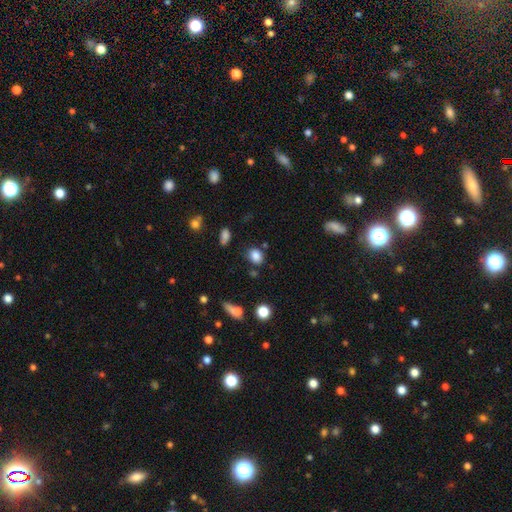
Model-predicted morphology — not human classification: type=smooth (84%); roundness=round (50%); merging=none (77%).